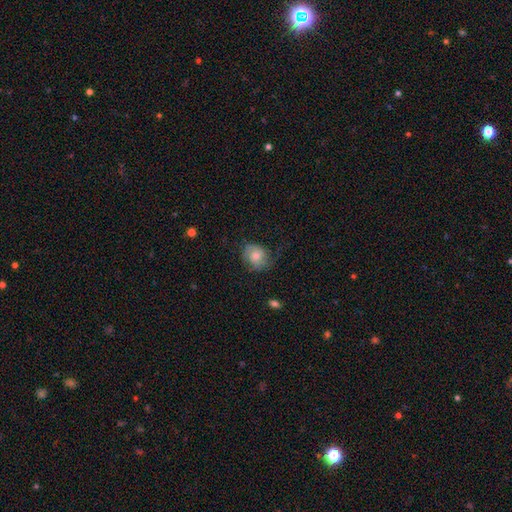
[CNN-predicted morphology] This appears to be a smooth galaxy with no disk features (48%). Merging: none (58%).